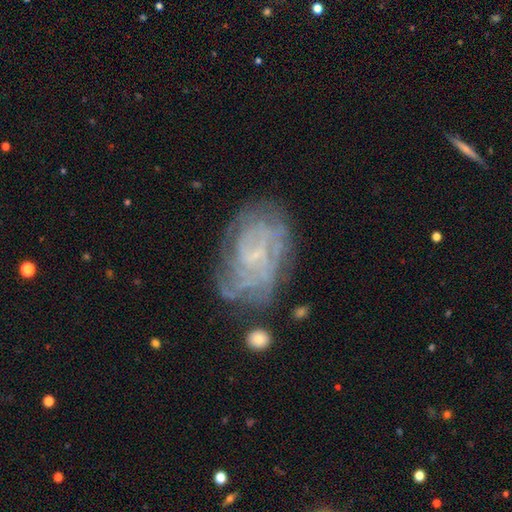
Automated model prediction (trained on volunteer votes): Smooth or featured? featured or disk (76%)
Edge-on disk? no (97%)
Bar? no (48%)
Spiral arms? yes (87%)
Spiral winding? tight (61%)
Spiral arm count? can't tell (50%)
Bulge size? small (56%)
Merging? none (60%)